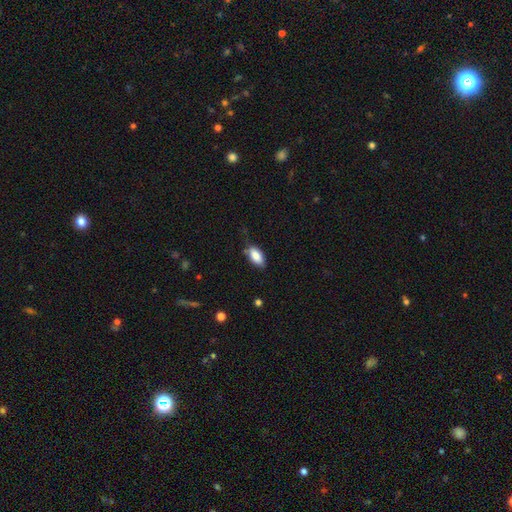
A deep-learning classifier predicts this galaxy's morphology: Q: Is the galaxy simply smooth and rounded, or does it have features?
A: smooth — 84%.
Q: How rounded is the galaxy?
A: in between — 90%.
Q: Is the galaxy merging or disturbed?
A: none — 70%.